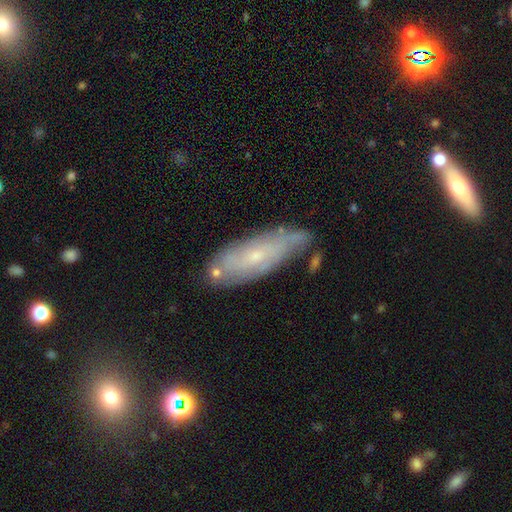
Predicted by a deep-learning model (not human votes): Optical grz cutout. It shows a featured or disk galaxy (59%). Merging: none (63%).